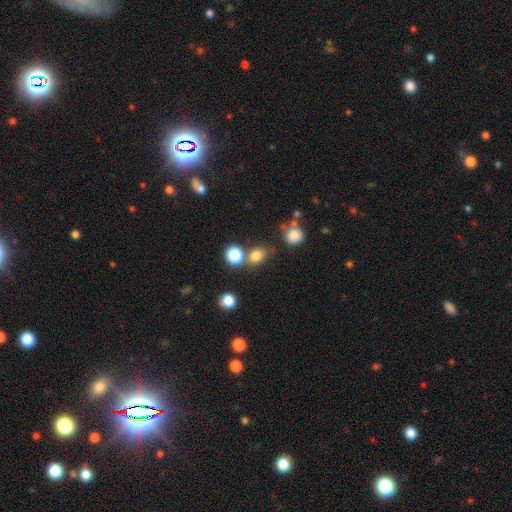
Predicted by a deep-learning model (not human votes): Smooth or featured? Predicted: smooth (p=0.76). How rounded? Predicted: round (p=0.55). Merging? Predicted: none (p=0.66).